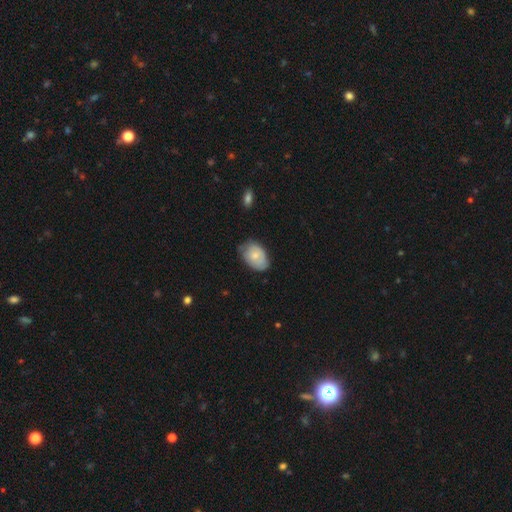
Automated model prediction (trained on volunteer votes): Smooth or featured?
  - smooth: 64% *
  - featured or disk: 30%
  - star or artifact: 6%
How rounded?
  - in between: 85% *
  - round: 14%
  - cigar-shaped: 1%
Merging?
  - none: 58% *
  - minor disturbance: 34%
  - major disturbance: 6%
  - merger: 2%